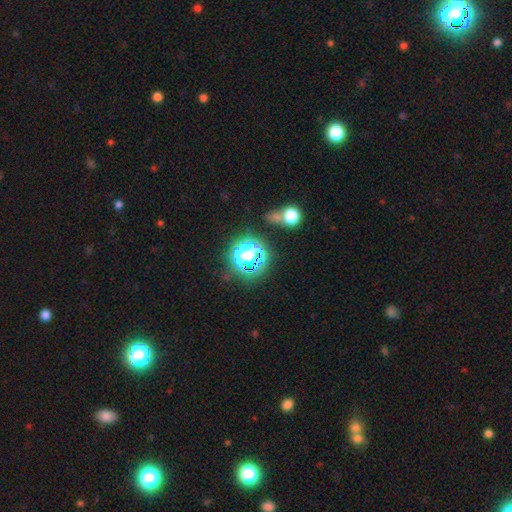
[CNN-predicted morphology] The model was most divided on "smooth or featured": star or artifact: 60%, smooth: 30%, featured or disk: 11%.